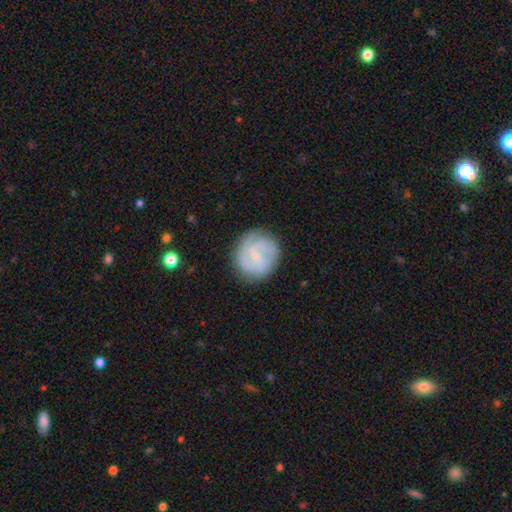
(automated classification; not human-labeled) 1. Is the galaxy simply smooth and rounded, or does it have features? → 74% featured or disk, 20% smooth, 6% star or artifact.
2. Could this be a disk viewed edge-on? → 98% no, 2% yes.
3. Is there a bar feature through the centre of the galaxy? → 51% weak, 37% no, 12% strong.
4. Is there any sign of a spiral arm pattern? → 92% yes, 8% no.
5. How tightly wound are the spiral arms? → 46% tight, 42% medium, 13% loose.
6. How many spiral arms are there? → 45% 2, 22% can't tell, 20% 3, 4% 4, 4% 1, 4% more than 4.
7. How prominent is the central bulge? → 74% small, 13% moderate, 11% none, 1% large, 1% dominant.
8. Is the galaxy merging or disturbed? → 79% none, 14% minor disturbance, 5% major disturbance, 1% merger.